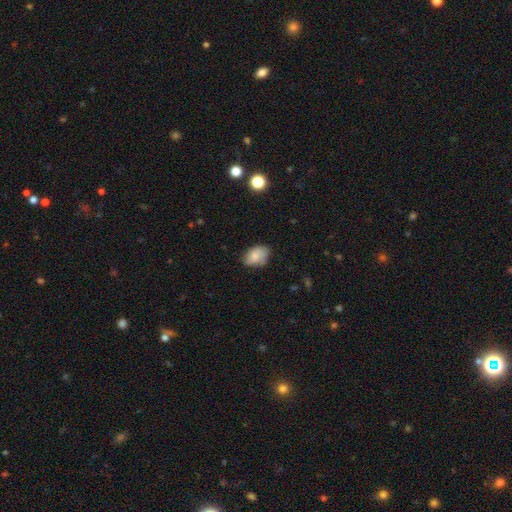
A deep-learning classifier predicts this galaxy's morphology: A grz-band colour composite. It shows a smooth galaxy with no disk features (72%) that is in between round and cigar-shaped (83%). Merging: none (63%).